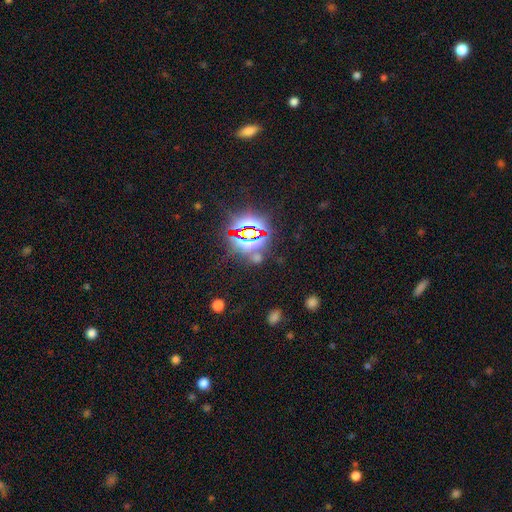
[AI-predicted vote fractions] Morphology: type=star or artifact (80%).